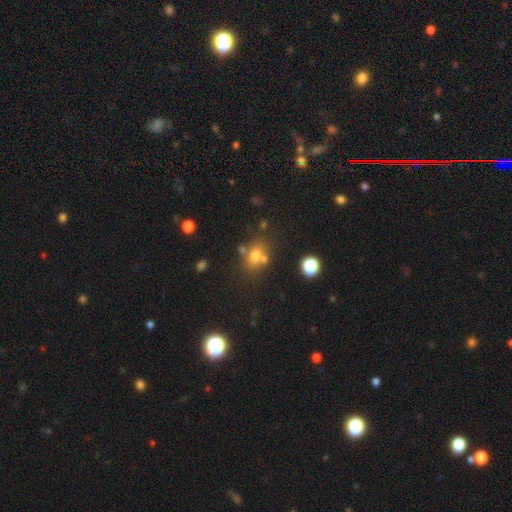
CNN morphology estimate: This appears to be a smooth galaxy with no disk features (66%) that is in between round and cigar-shaped (52%). Merging: none (55%).